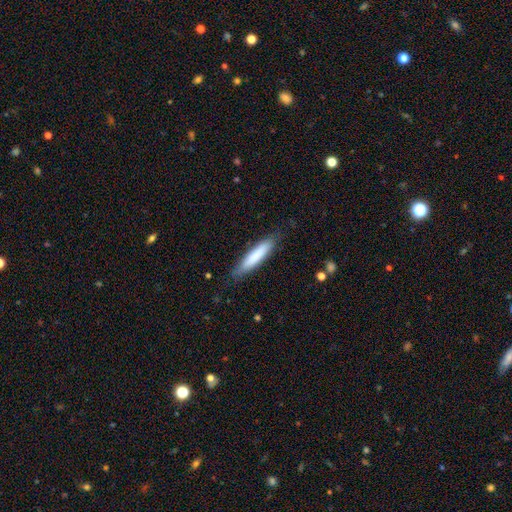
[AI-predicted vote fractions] smooth_or_featured: smooth (p=0.80) [alt: featured or disk p=0.15]
how_rounded: cigar-shaped (p=0.82) [alt: in between p=0.17]
merging: none (p=0.82) [alt: minor disturbance p=0.14]